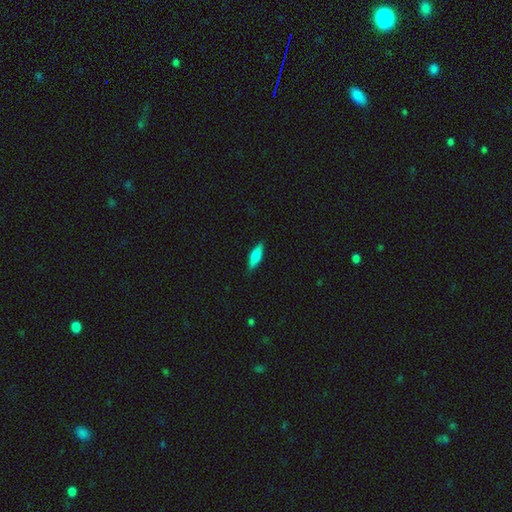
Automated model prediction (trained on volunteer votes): Smooth or featured: smooth — 76% (featured or disk — 18%)
How rounded: cigar-shaped — 52% (in between — 46%)
Merging: none — 87% (minor disturbance — 10%)